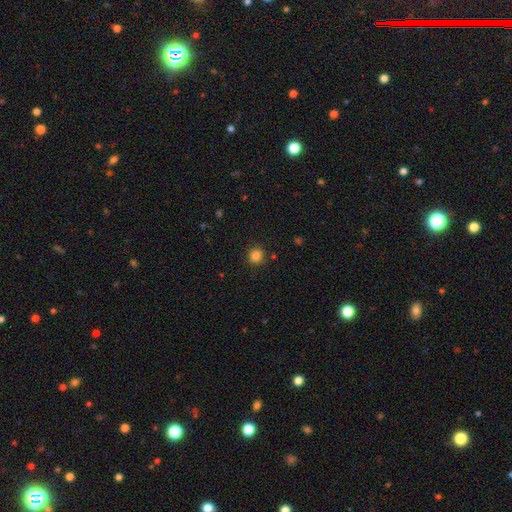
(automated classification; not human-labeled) A smooth galaxy with no disk features (84%) that is round (92%).

Vote fractions:
- Smooth or featured? smooth: 84% / star or artifact: 13% / featured or disk: 3%
- How rounded? round: 92% / in between: 7% / cigar-shaped: 1%
- Merging? none: 88% / minor disturbance: 8% / major disturbance: 3% / merger: 2%